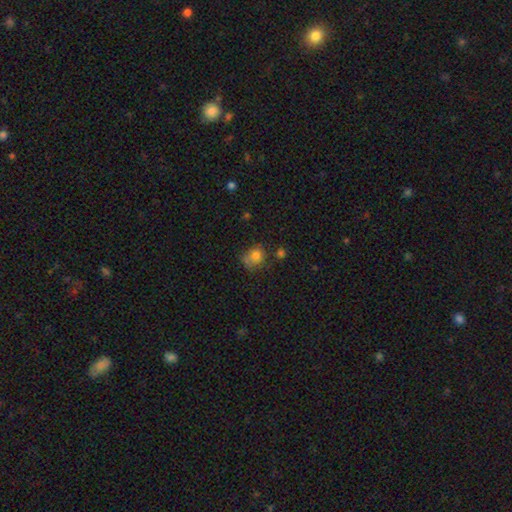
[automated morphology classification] This is likely a smooth galaxy (76%). How rounded: likely round (63%). Merging: possibly none (45%).